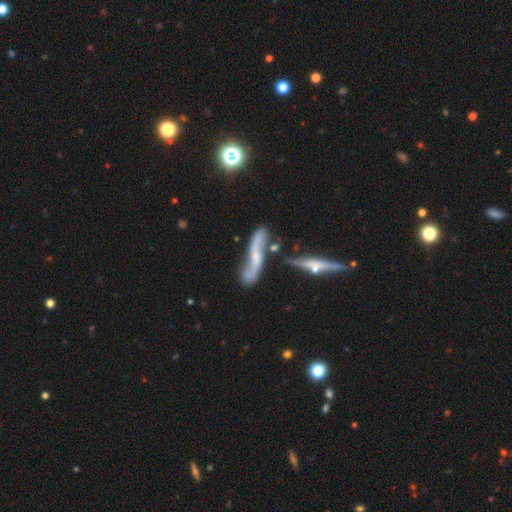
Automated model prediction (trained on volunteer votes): A featured or disk galaxy (78%) with no bar (48%), spiral arms (90%) and a small central bulge (59%). Merging: none (52%).